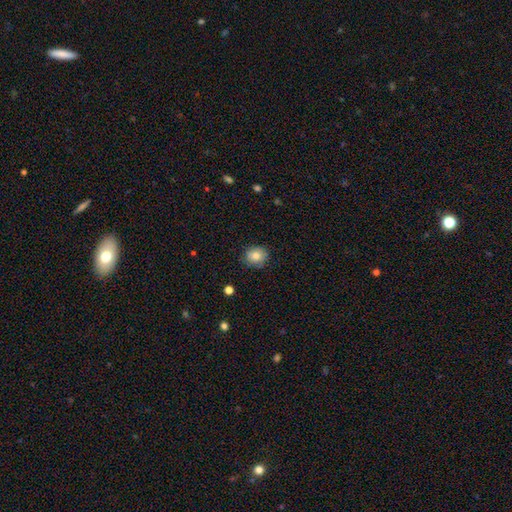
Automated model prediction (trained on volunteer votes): Smooth or featured? Predicted: smooth (p=0.82). How rounded? Predicted: round (p=0.76). Merging? Predicted: none (p=0.83).